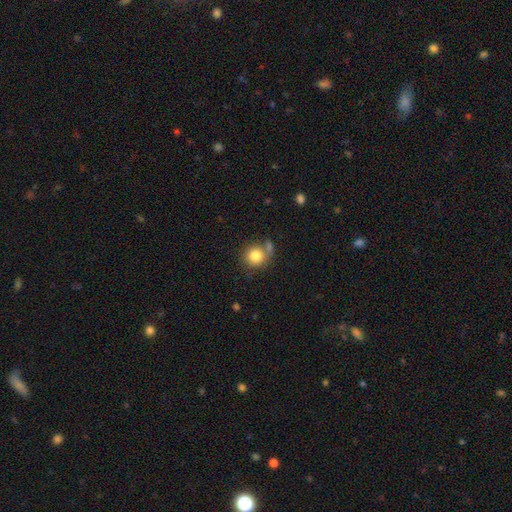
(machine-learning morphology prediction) smooth-or-featured: smooth: 82% | star or artifact: 9% | featured or disk: 8%
  how-rounded: round: 88% | in between: 11% | cigar-shaped: 1%
  merging: none: 59% | merger: 19% | minor disturbance: 16% | major disturbance: 6%